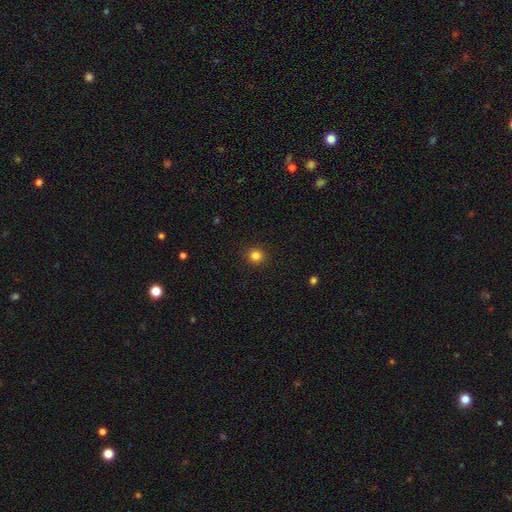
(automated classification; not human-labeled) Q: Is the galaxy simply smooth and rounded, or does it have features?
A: smooth — 83%.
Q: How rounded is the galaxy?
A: round — 92%.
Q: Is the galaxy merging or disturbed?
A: none — 92%.